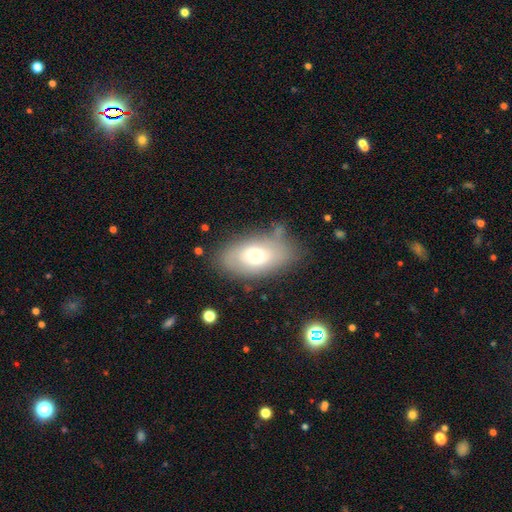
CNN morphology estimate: Smooth or featured? Predicted: smooth (p=0.62). How rounded? Predicted: in between (p=0.88). Merging? Predicted: none (p=0.68).